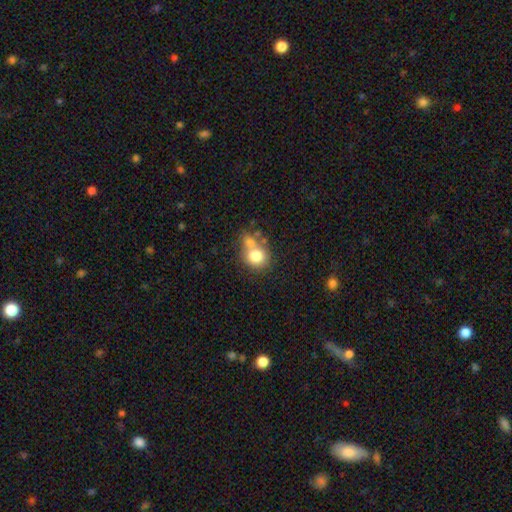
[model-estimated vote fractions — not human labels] Morphology: type=smooth (76%); roundness=round (79%); merging=merger (42%, tied with none).